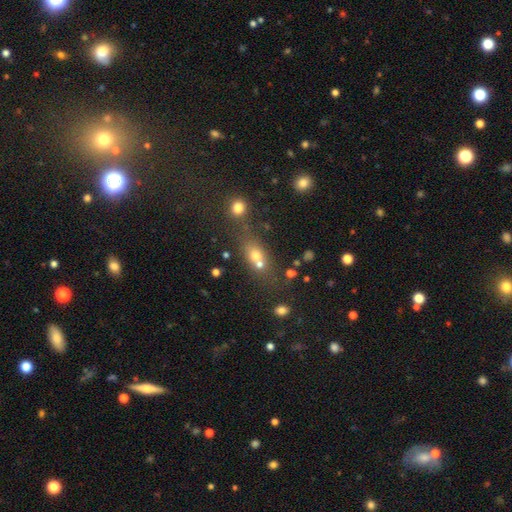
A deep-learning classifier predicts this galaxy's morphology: Smooth or featured: smooth — 61% (star or artifact — 21%)
How rounded: in between — 45% (round — 44%)
Merging: merger — 46% (none — 37%)